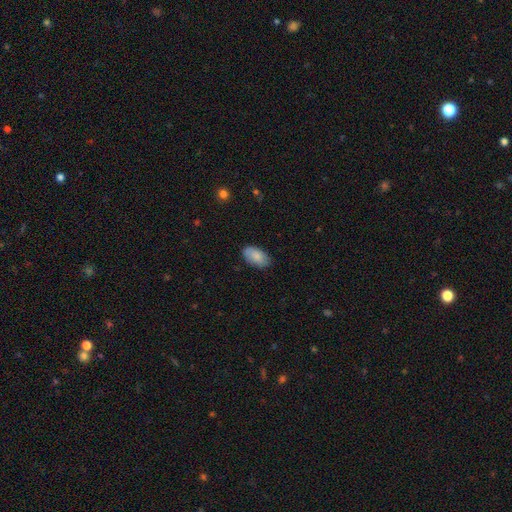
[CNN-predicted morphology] Smooth or featured?
  - smooth: 84% *
  - featured or disk: 10%
  - star or artifact: 6%
How rounded?
  - in between: 94% *
  - round: 3%
  - cigar-shaped: 2%
Merging?
  - none: 81% *
  - minor disturbance: 15%
  - major disturbance: 3%
  - merger: 1%